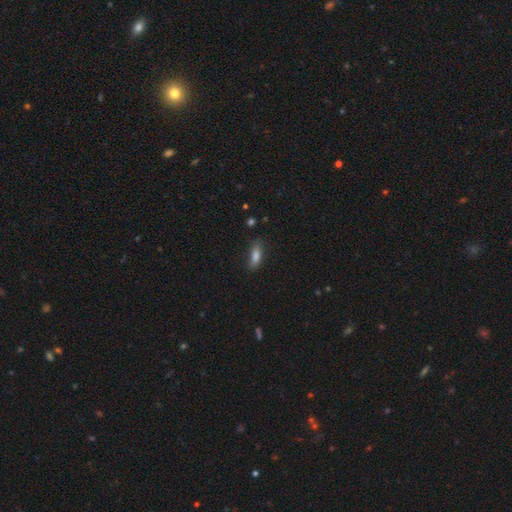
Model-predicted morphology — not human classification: Overall: smooth (80%). How rounded: in between (65%; cigar-shaped 33%). Merging: none (75%).